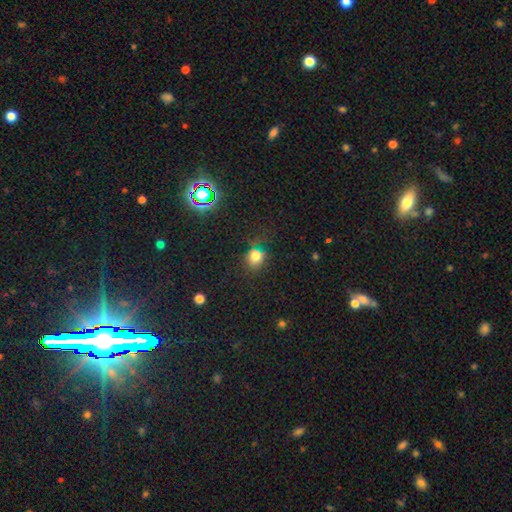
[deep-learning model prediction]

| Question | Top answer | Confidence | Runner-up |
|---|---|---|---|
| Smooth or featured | smooth | 72% | star or artifact (21%) |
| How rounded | round | 68% | in between (30%) |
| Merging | none | 73% | minor disturbance (16%) |